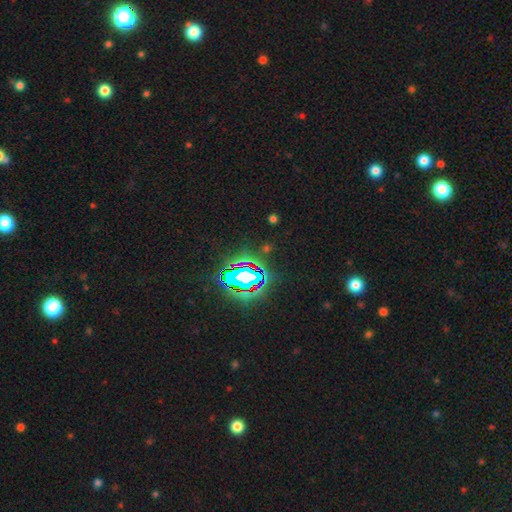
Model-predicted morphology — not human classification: Q: Smooth or featured?
A: star or artifact (82%); runner-up: smooth (11%)